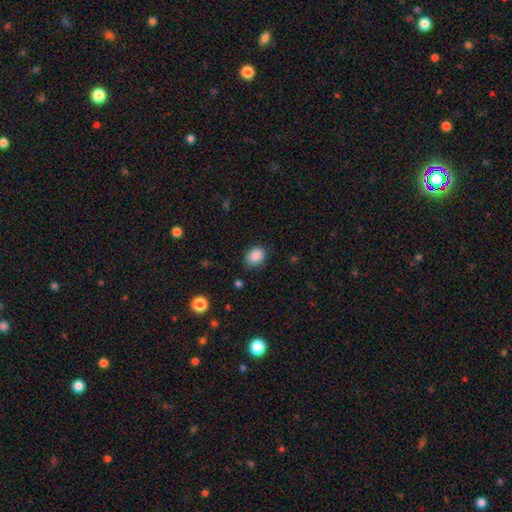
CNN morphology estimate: smooth-or-featured: smooth: 88% | star or artifact: 9% | featured or disk: 3%
  how-rounded: in between: 56% | round: 43% | cigar-shaped: 1%
  merging: none: 80% | minor disturbance: 15% | major disturbance: 3% | merger: 1%